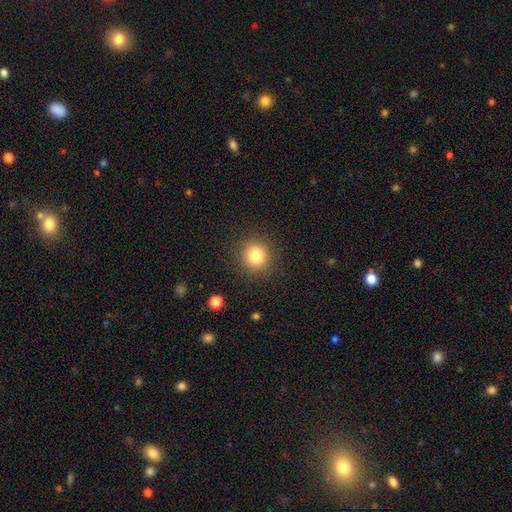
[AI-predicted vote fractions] The model was most divided on "smooth or featured": smooth: 81%, star or artifact: 12%, featured or disk: 7%. More confident: how rounded — round (93%); merging — none (89%).